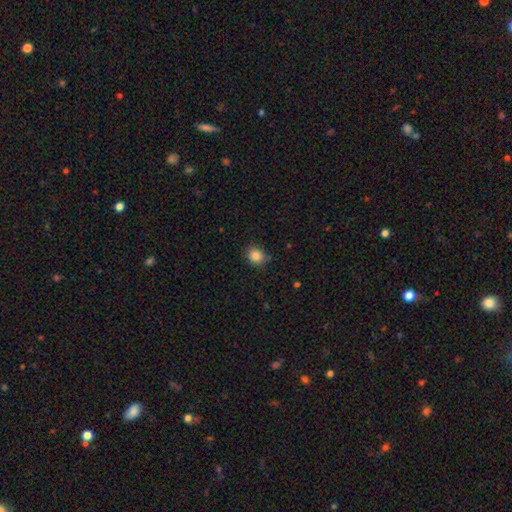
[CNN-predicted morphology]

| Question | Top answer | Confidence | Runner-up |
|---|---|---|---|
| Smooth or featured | smooth | 85% | star or artifact (10%) |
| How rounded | round | 70% | in between (29%) |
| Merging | none | 81% | minor disturbance (15%) |